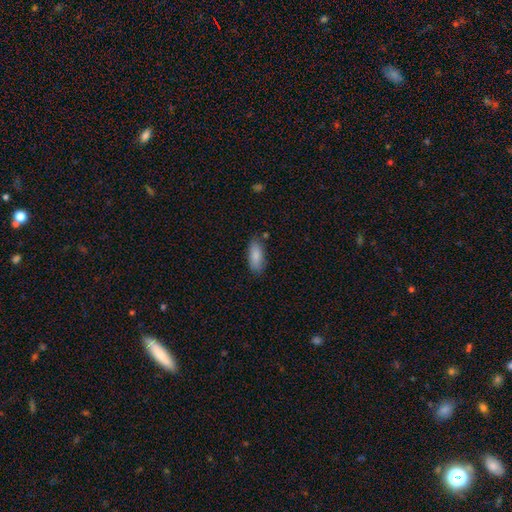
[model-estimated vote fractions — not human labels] A smooth galaxy with no disk features (86%) that is in between round and cigar-shaped (83%).

Vote fractions:
- Smooth or featured? smooth: 86% / featured or disk: 7% / star or artifact: 6%
- How rounded? in between: 83% / cigar-shaped: 15% / round: 2%
- Merging? none: 79% / minor disturbance: 15% / major disturbance: 3% / merger: 3%